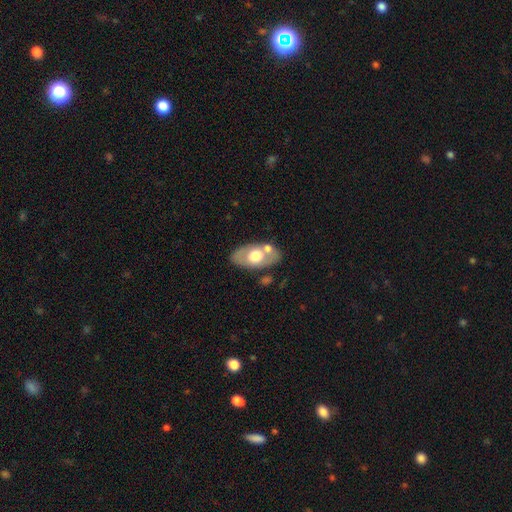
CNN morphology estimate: smooth-or-featured: smooth: 49% | featured or disk: 45% | star or artifact: 6%
  merging: none: 68% | minor disturbance: 14% | merger: 13% | major disturbance: 4%